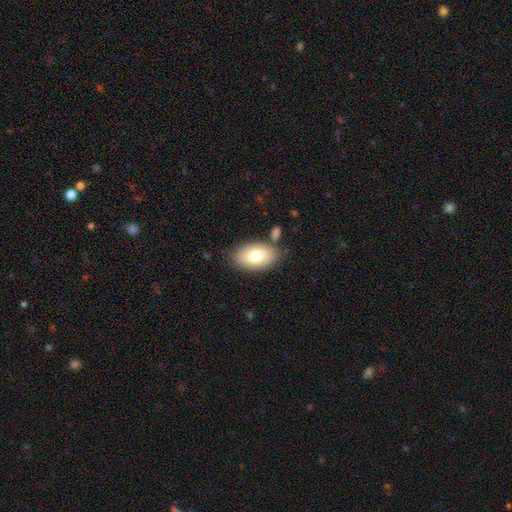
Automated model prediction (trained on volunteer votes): smooth 76%, featured or disk 17%, star or artifact 7%. Down the decision tree: how rounded — in between (93%); merging — none (77%).